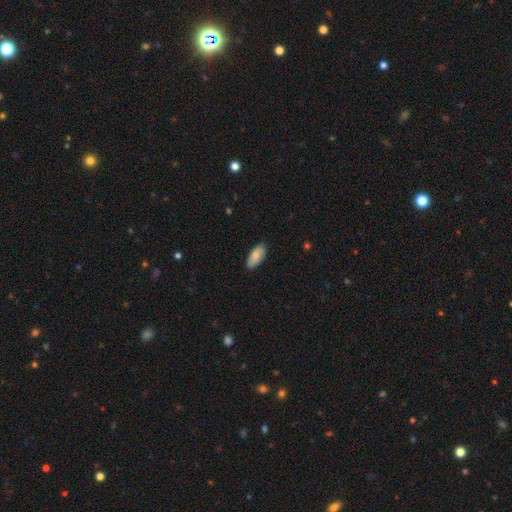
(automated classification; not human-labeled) Overall: smooth (76%). How rounded: in between (91%). Merging: none (86%).